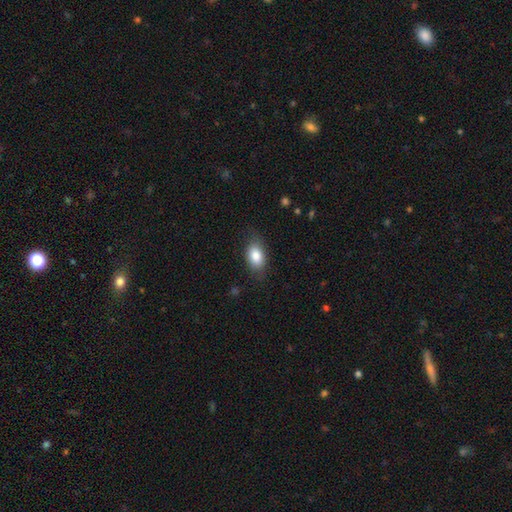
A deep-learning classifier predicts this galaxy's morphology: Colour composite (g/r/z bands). It shows a smooth galaxy with no disk features (83%) that is in between round and cigar-shaped (88%). Merging: none (76%).